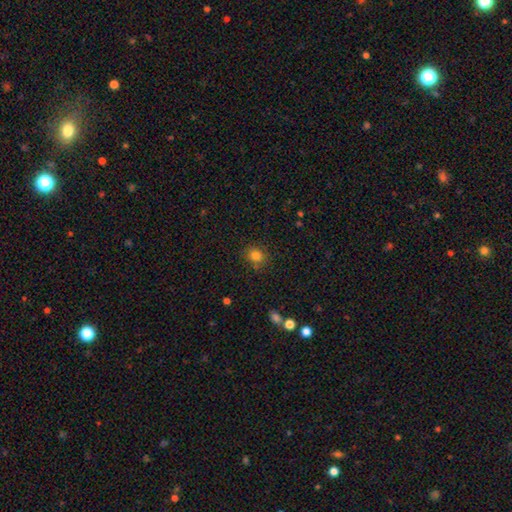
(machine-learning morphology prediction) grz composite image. It shows a smooth galaxy with no disk features (82%) that is round (71%). Merging: none (82%).